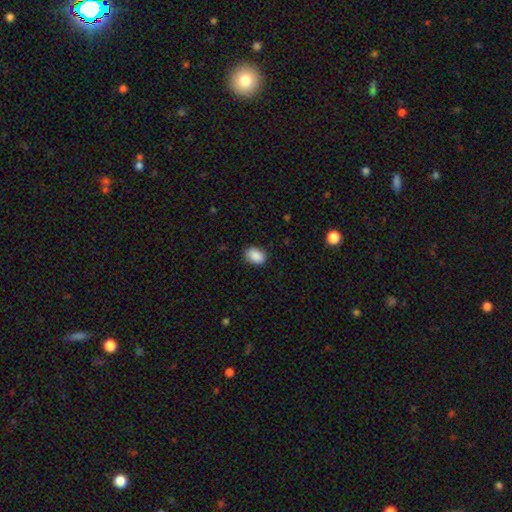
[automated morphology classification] Smooth or featured? Predicted: smooth (p=0.89). How rounded? Predicted: in between (p=0.81). Merging? Predicted: none (p=0.85).